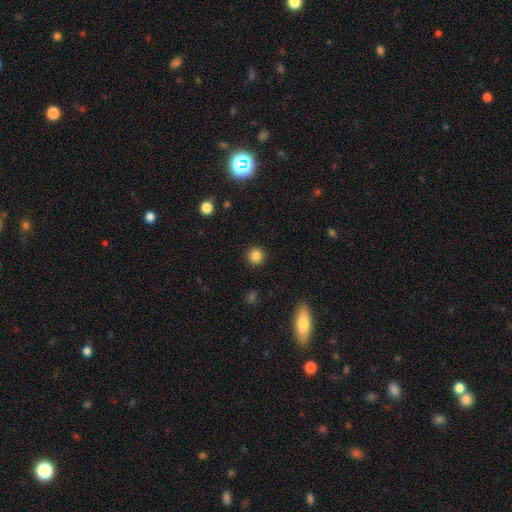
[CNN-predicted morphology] Smooth or featured? smooth (84%)
How rounded? round (95%)
Merging? none (92%)